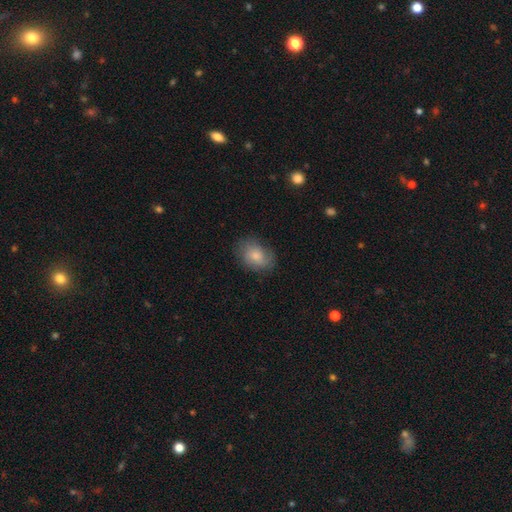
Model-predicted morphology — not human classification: Smooth or featured?
  - smooth: 67% *
  - featured or disk: 26%
  - star or artifact: 7%
How rounded?
  - in between: 75% *
  - round: 24%
  - cigar-shaped: 1%
Merging?
  - none: 72% *
  - minor disturbance: 20%
  - major disturbance: 7%
  - merger: 1%